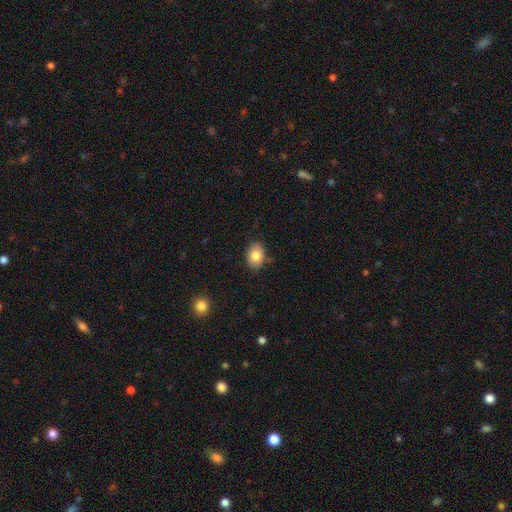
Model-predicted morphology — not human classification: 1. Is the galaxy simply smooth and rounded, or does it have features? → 83% smooth, 9% featured or disk, 8% star or artifact.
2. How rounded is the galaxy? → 71% in between, 28% round, 1% cigar-shaped.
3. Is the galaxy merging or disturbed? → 83% none, 13% minor disturbance, 2% major disturbance, 2% merger.